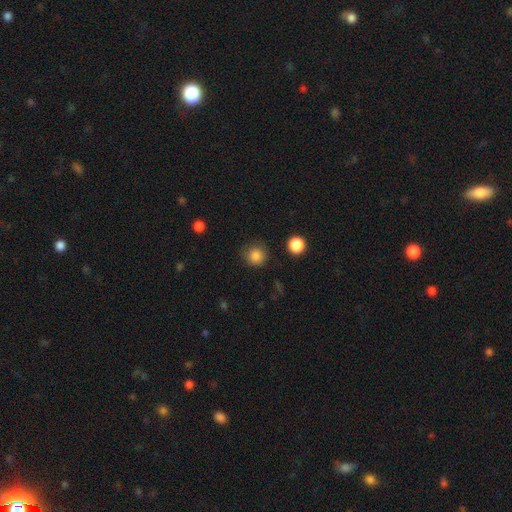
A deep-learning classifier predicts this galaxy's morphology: smooth 85%, star or artifact 11%, featured or disk 4%. Down the decision tree: how rounded — round (93%); merging — none (84%).